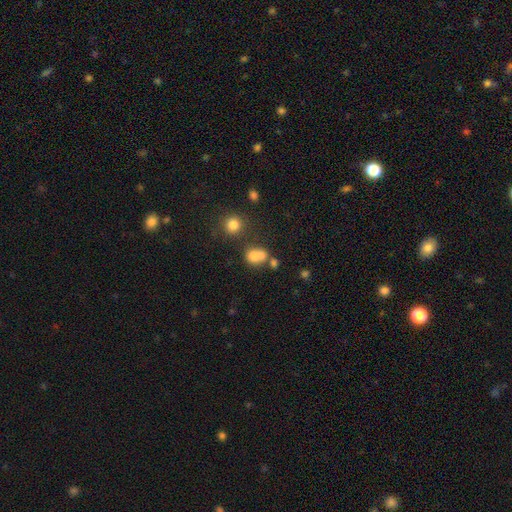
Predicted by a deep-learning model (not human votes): Smooth or featured? smooth (75%)
How rounded? in between (51%)
Merging? merger (43%)